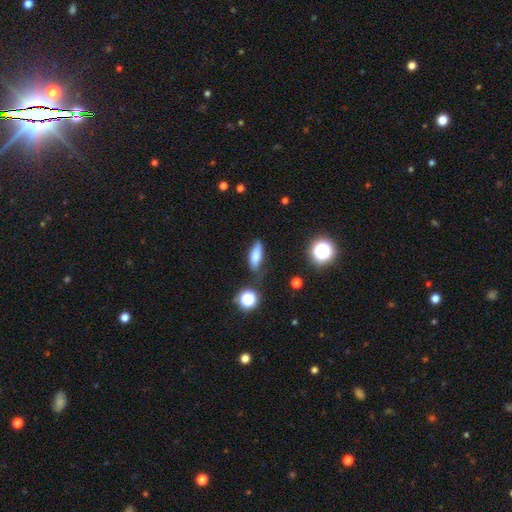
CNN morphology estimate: smooth-or-featured: smooth: 72% | featured or disk: 17% | star or artifact: 11%
  how-rounded: in between: 53% | cigar-shaped: 42% | round: 5%
  merging: none: 72% | minor disturbance: 19% | major disturbance: 5% | merger: 4%